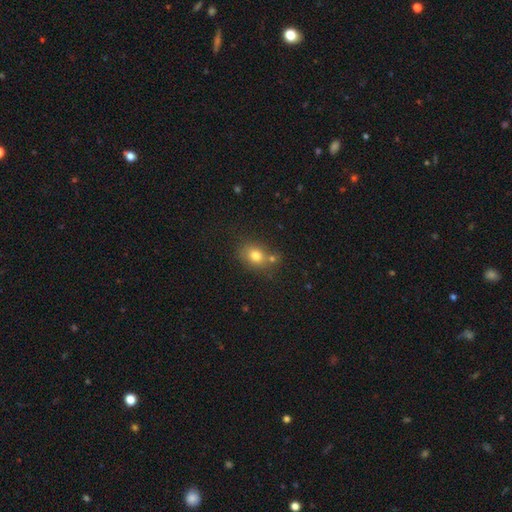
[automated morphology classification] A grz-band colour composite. It shows a smooth galaxy with no disk features (77%) that is in between round and cigar-shaped (56%). Merging: none (59%).